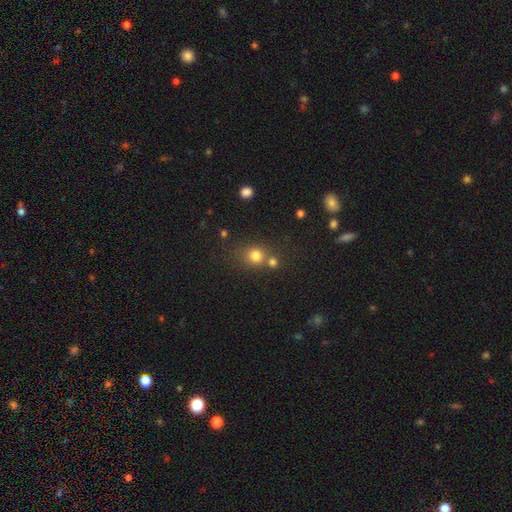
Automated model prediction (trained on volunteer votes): This is likely a smooth galaxy (77%). How rounded: likely round (80%). Merging: possibly none (55%).